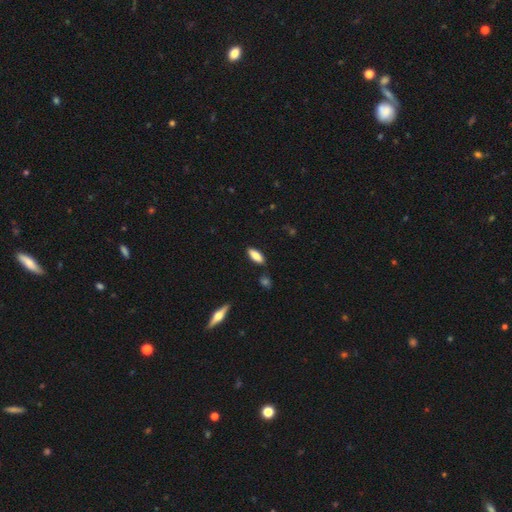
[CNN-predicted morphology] Smooth or featured? smooth (79%)
How rounded? in between (73%)
Merging? none (85%)